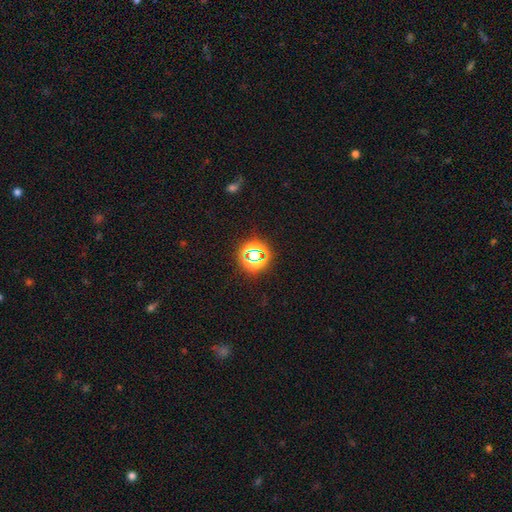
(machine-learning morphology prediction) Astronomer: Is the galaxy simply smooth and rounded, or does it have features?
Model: star or artifact — 68%.